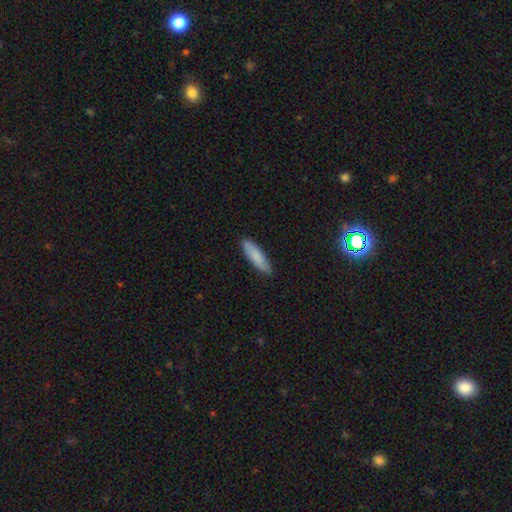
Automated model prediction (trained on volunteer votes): smooth-or-featured: smooth: 84% | featured or disk: 10% | star or artifact: 6%
  how-rounded: cigar-shaped: 68% | in between: 30% | round: 1%
  merging: none: 87% | minor disturbance: 10% | major disturbance: 2% | merger: 1%